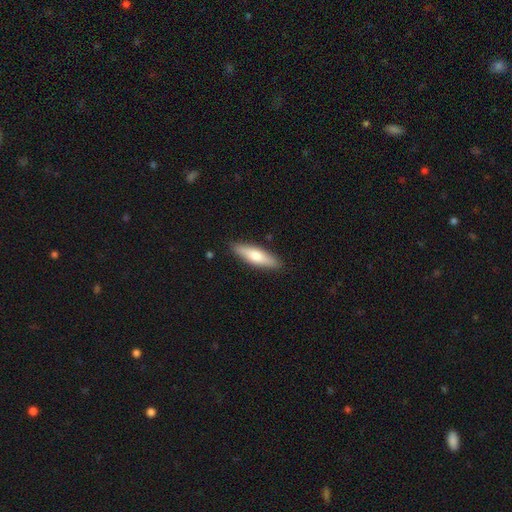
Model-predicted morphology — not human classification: Smooth or featured? Predicted: smooth (p=0.68). How rounded? Predicted: cigar-shaped (p=0.64). Merging? Predicted: none (p=0.88).